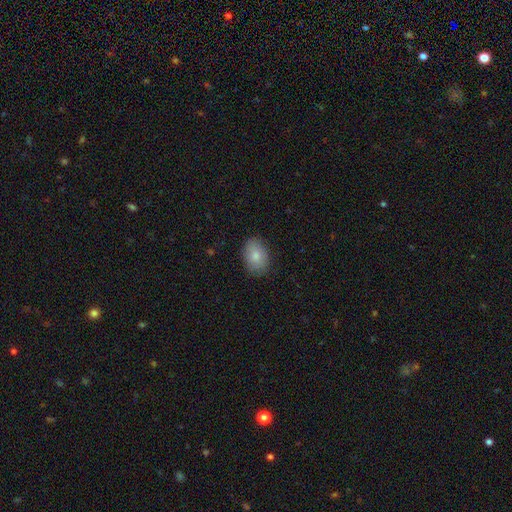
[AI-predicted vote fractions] Smooth or featured?
  - smooth: 84% *
  - featured or disk: 9%
  - star or artifact: 7%
How rounded?
  - in between: 81% *
  - round: 18%
  - cigar-shaped: 1%
Merging?
  - none: 85% *
  - minor disturbance: 11%
  - major disturbance: 3%
  - merger: 1%